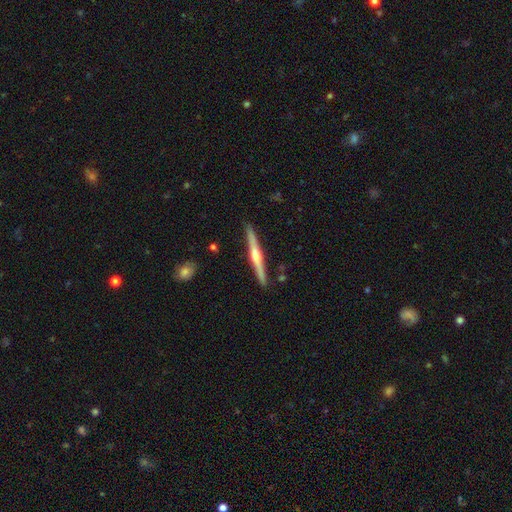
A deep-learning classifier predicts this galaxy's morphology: Smooth or featured? Predicted: featured or disk (p=0.76). Edge-on disk? Predicted: yes (p=0.98). Edge-on bulge? Predicted: rounded (p=0.86). Merging? Predicted: none (p=0.90).